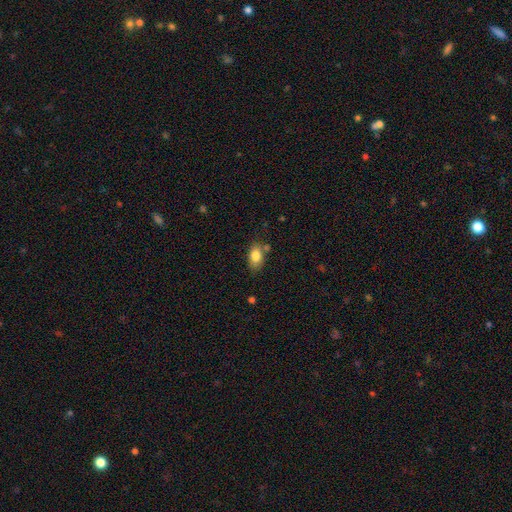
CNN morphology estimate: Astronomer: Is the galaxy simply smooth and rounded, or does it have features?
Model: smooth — 83%.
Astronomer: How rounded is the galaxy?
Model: in between — 88%.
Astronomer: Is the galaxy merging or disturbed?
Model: none — 70%.